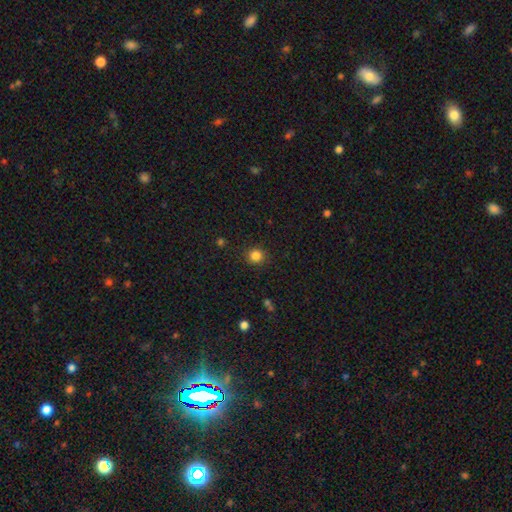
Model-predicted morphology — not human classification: smooth 84%, star or artifact 12%, featured or disk 4%. Down the decision tree: how rounded — round (90%); merging — none (90%).